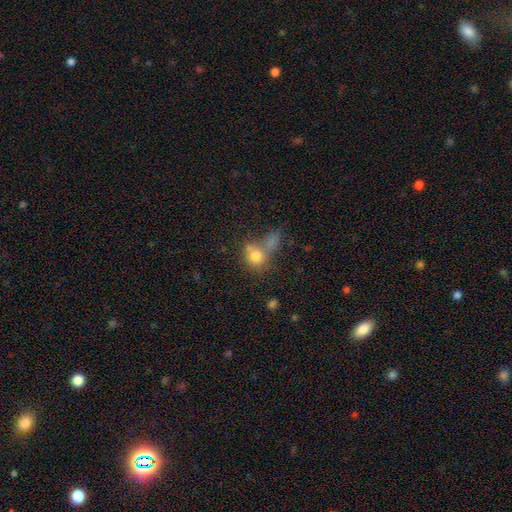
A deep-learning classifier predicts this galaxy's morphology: The model was most divided on "merging": merger: 44%, none: 34%, minor disturbance: 12%, major disturbance: 10%. More confident: smooth or featured — smooth (76%); how rounded — round (72%).